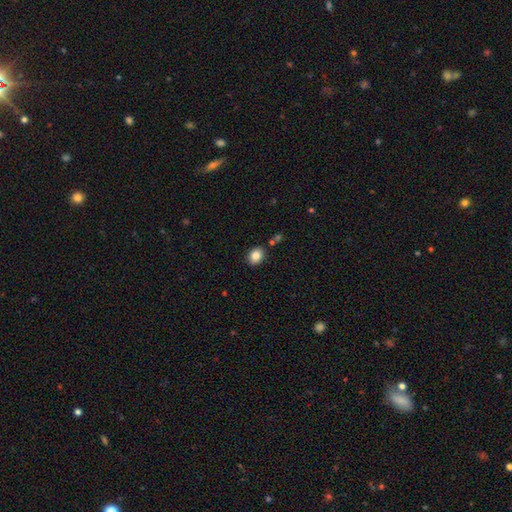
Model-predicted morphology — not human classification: A smooth galaxy with no disk features (84%) that is in between round and cigar-shaped (58%). Merging: none (85%).